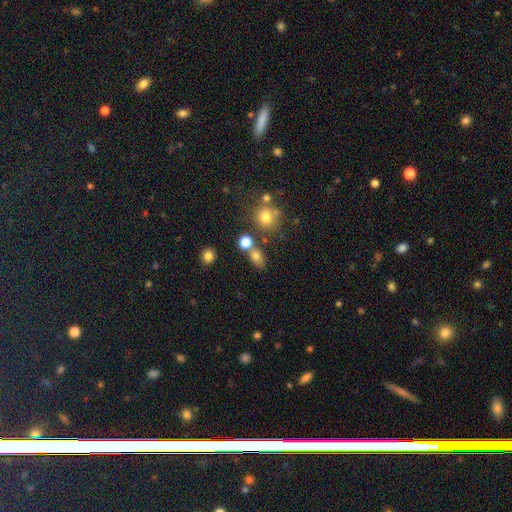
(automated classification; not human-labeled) Smooth or featured? smooth (75%)
How rounded? in between (57%)
Merging? none (62%)